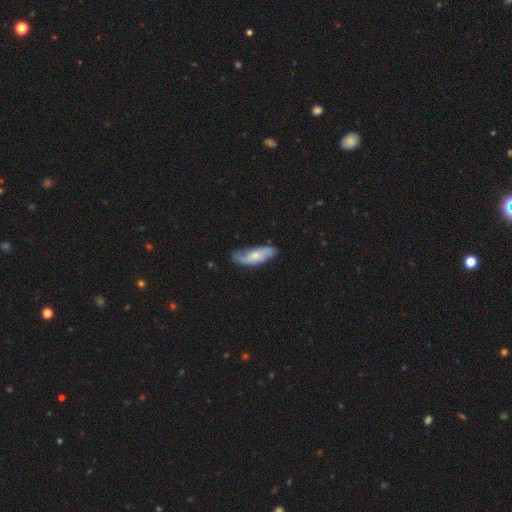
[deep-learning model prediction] Smooth or featured: featured or disk — 58% (smooth — 37%)
Edge-on disk: no — 86% (yes — 14%)
Merging: none — 66% (minor disturbance — 25%)